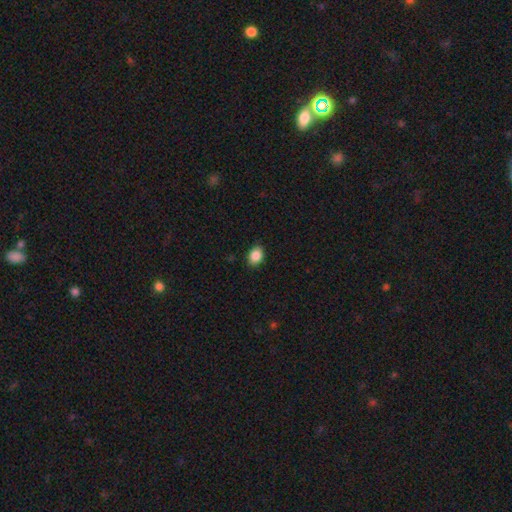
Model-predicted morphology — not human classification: Smooth or featured?
  - smooth: 87% *
  - star or artifact: 9%
  - featured or disk: 4%
How rounded?
  - in between: 69% *
  - round: 30%
  - cigar-shaped: 1%
Merging?
  - none: 88% *
  - minor disturbance: 9%
  - major disturbance: 2%
  - merger: 1%